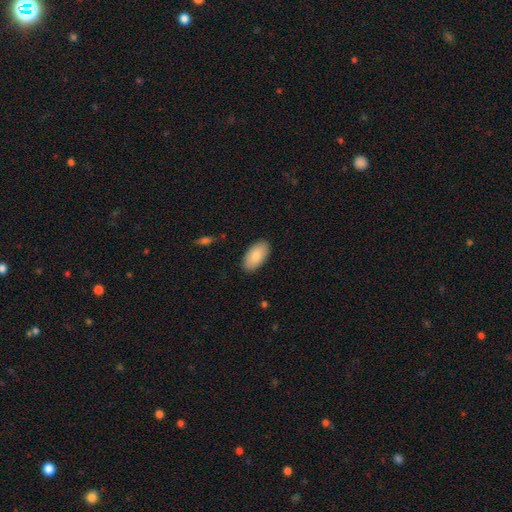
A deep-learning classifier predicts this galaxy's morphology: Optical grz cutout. It shows a smooth galaxy with no disk features (83%) that is in between round and cigar-shaped (95%). Merging: none (88%).